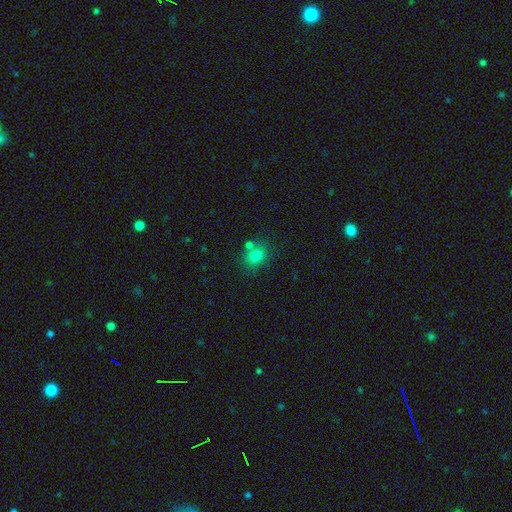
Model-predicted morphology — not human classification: Smooth or featured?
  - smooth: 77% *
  - star or artifact: 14%
  - featured or disk: 8%
How rounded?
  - round: 51% *
  - in between: 48%
  - cigar-shaped: 1%
Merging?
  - none: 67% *
  - merger: 16%
  - minor disturbance: 13%
  - major disturbance: 4%